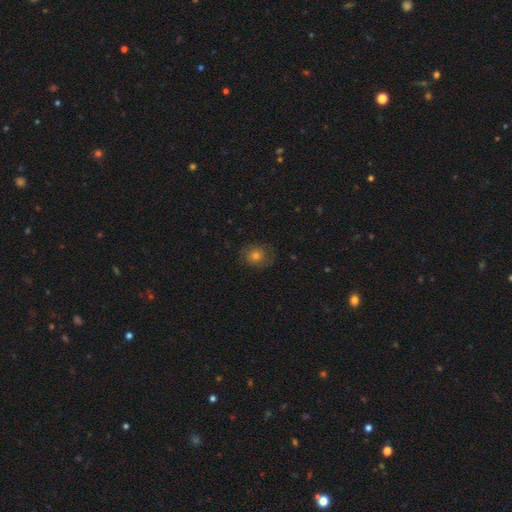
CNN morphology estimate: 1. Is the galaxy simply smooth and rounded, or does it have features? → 63% smooth, 21% featured or disk, 16% star or artifact.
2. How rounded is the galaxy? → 70% round, 29% in between, 1% cigar-shaped.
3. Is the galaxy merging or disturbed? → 78% none, 15% minor disturbance, 6% major disturbance, 1% merger.